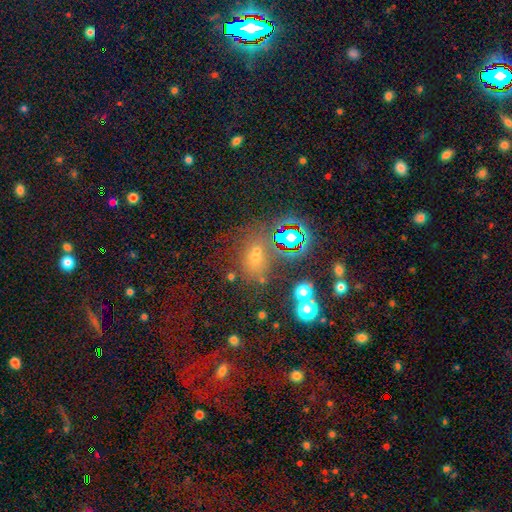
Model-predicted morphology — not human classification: Overall: star or artifact (45%; smooth 43%).